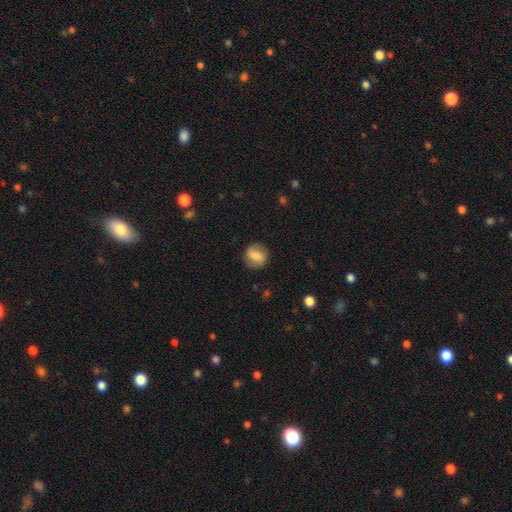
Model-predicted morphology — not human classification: This appears to be a smooth galaxy with no disk features (59%) that is round (73%). Merging: none (82%).